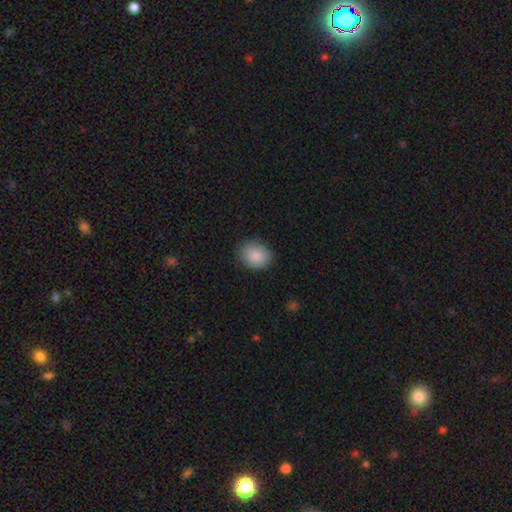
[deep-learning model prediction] The model was most divided on "how rounded": round: 56%, in between: 43%, cigar-shaped: 1%. More confident: smooth or featured — smooth (87%); merging — none (84%).